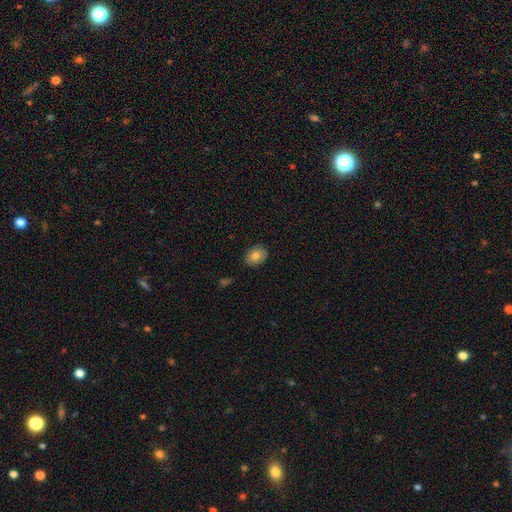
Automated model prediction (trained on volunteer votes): Smooth or featured?
  - smooth: 80% *
  - featured or disk: 12%
  - star or artifact: 8%
How rounded?
  - in between: 58% *
  - round: 41%
  - cigar-shaped: 1%
Merging?
  - none: 86% *
  - minor disturbance: 10%
  - major disturbance: 2%
  - merger: 1%